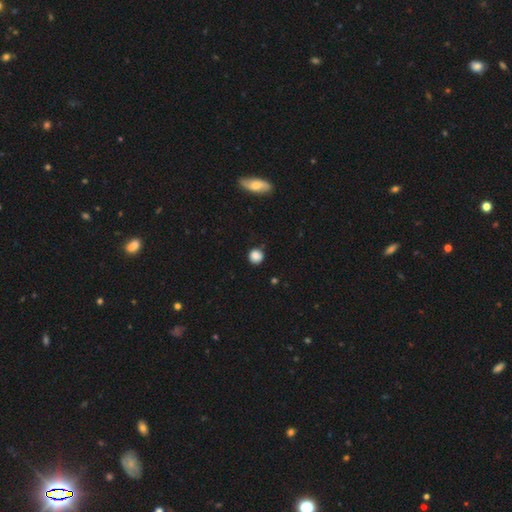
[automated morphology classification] Smooth or featured: smooth — 86% (star or artifact — 9%)
How rounded: round — 91% (in between — 7%)
Merging: none — 85% (minor disturbance — 11%)